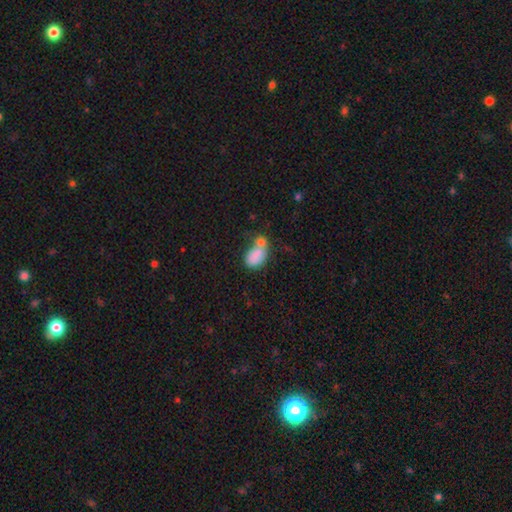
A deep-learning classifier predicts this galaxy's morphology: Smooth or featured?
  - smooth: 79% *
  - featured or disk: 12%
  - star or artifact: 8%
How rounded?
  - in between: 83% *
  - round: 15%
  - cigar-shaped: 2%
Merging?
  - merger: 54% *
  - none: 24%
  - minor disturbance: 14%
  - major disturbance: 8%